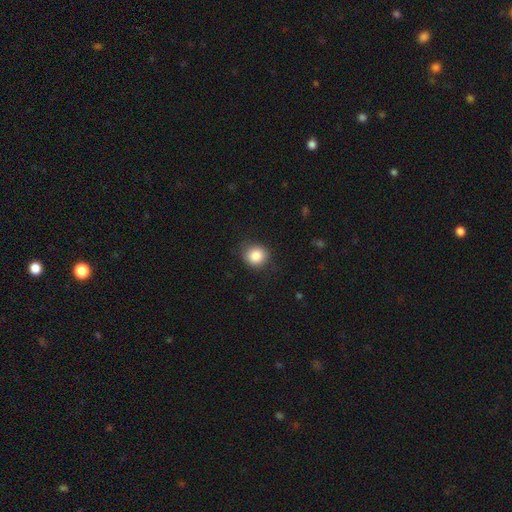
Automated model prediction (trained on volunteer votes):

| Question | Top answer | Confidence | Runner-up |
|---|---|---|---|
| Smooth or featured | smooth | 86% | star or artifact (9%) |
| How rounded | round | 84% | in between (15%) |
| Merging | none | 82% | minor disturbance (13%) |